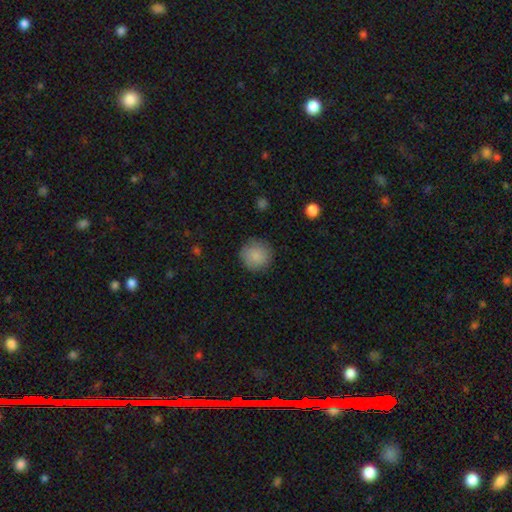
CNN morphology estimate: Smooth or featured? smooth (86%)
How rounded? round (94%)
Merging? none (86%)